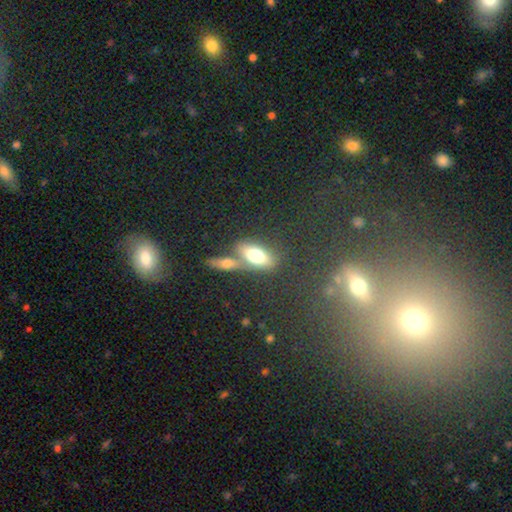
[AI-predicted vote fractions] Q: Smooth or featured?
A: smooth (70%); runner-up: featured or disk (20%)
Q: How rounded?
A: in between (80%); runner-up: cigar-shaped (13%)
Q: Merging?
A: none (50%); runner-up: merger (32%)